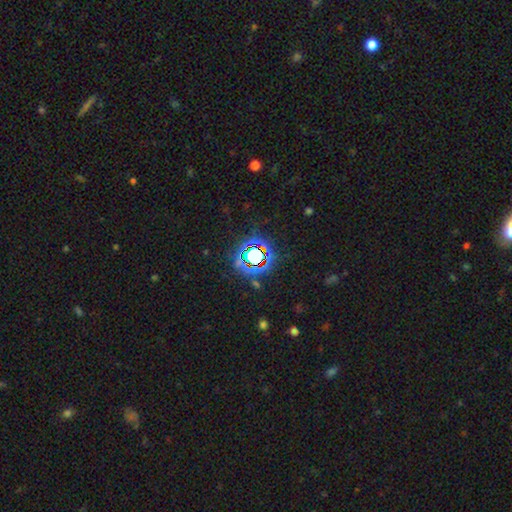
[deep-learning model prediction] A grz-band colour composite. It shows a star or artifact, not a galaxy (73%).